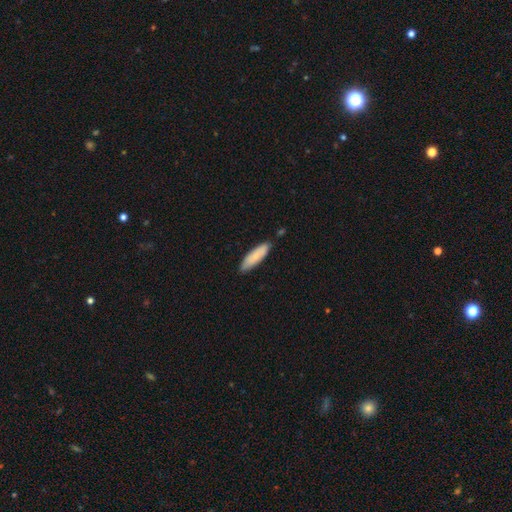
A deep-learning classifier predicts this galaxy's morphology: Smooth or featured: smooth — 79% (featured or disk — 15%)
How rounded: cigar-shaped — 58% (in between — 41%)
Merging: none — 81% (minor disturbance — 15%)